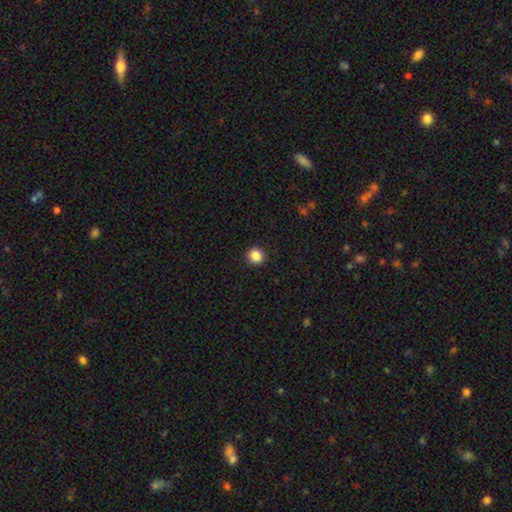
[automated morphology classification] Overall: smooth (86%). How rounded: round (91%). Merging: none (92%).